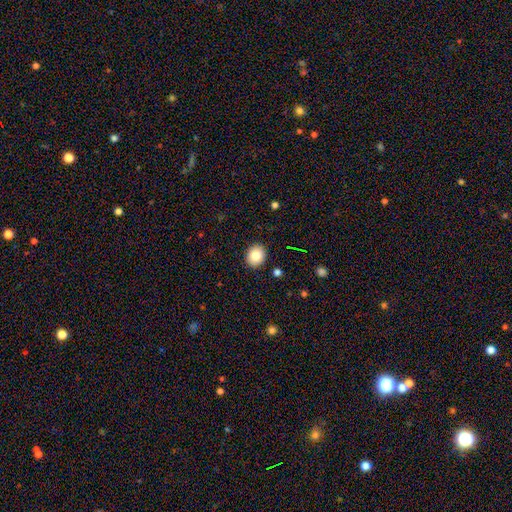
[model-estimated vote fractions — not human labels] Smooth or featured? Predicted: smooth (p=0.83). How rounded? Predicted: round (p=0.62). Merging? Predicted: none (p=0.90).